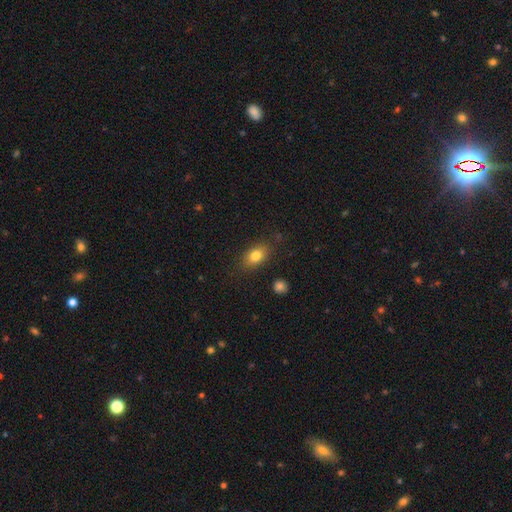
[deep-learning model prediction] The model was most divided on "how rounded": in between: 81%, round: 15%, cigar-shaped: 3%. More confident: merging — none (82%); smooth or featured — smooth (80%).